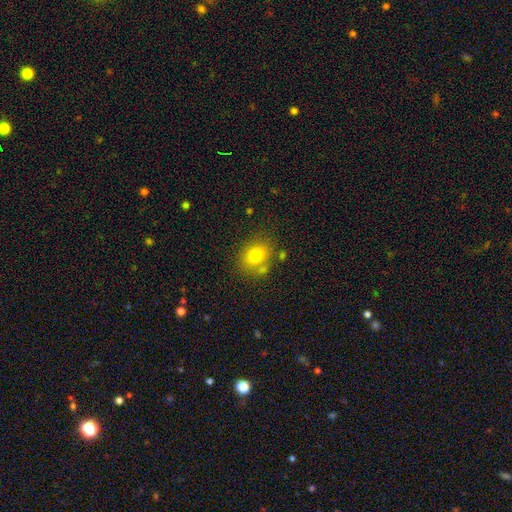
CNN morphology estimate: Smooth or featured? Predicted: smooth (p=0.78). How rounded? Predicted: round (p=0.53). Merging? Predicted: none (p=0.70).